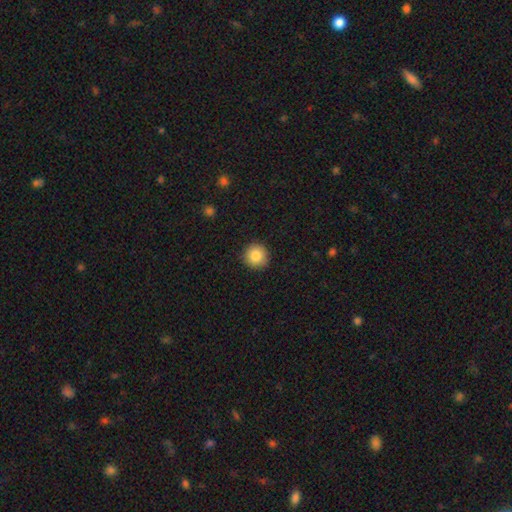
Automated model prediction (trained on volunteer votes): A smooth galaxy with no disk features (85%) that is round (95%). Merging: none (91%).